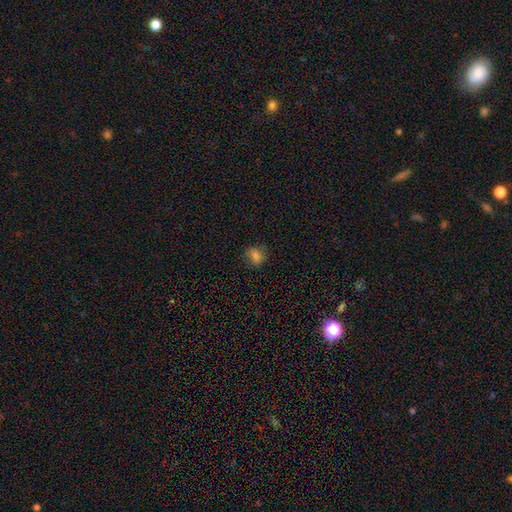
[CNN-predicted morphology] Smooth or featured: smooth — 75% (star or artifact — 16%)
How rounded: round — 49% (tied with in between — 49%)
Merging: none — 74% (minor disturbance — 19%)